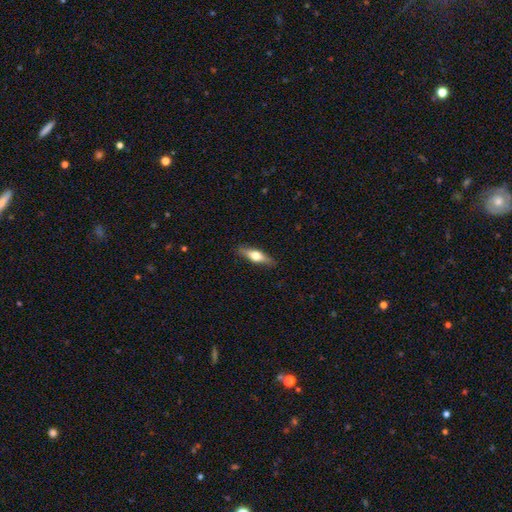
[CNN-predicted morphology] smooth_or_featured: smooth (p=0.49) [alt: featured or disk p=0.45]
merging: none (p=0.88) [alt: minor disturbance p=0.09]